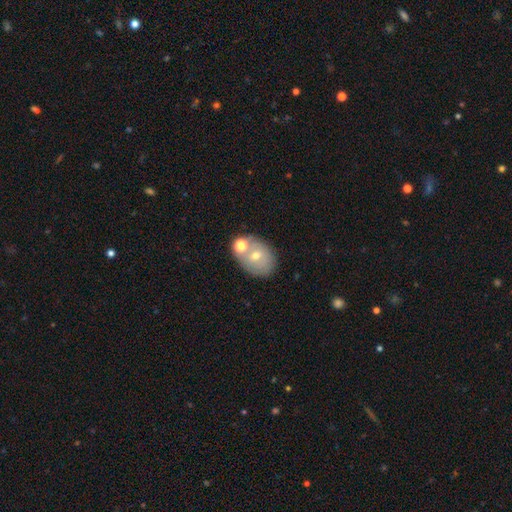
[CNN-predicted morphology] Smooth or featured: smooth — 57% (featured or disk — 31%)
How rounded: in between — 62% (round — 37%)
Merging: none — 58% (merger — 25%)